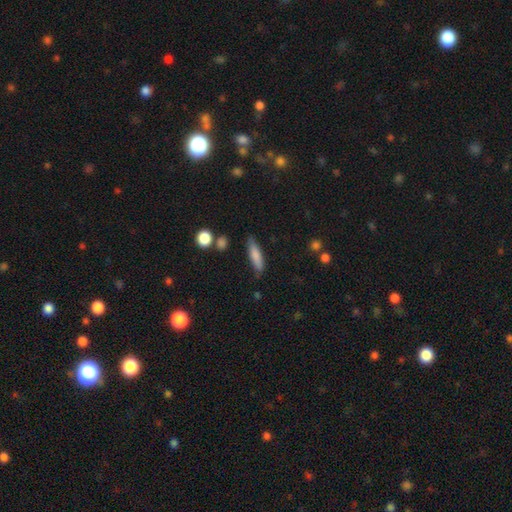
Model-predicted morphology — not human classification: The model was most divided on "how rounded": cigar-shaped: 71%, in between: 27%, round: 2%. More confident: smooth or featured — smooth (78%); merging — none (77%).